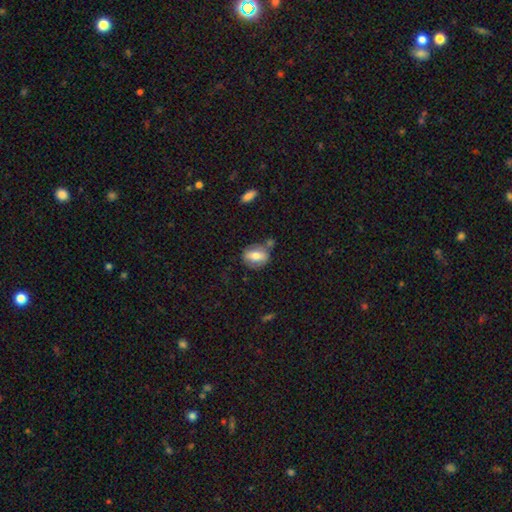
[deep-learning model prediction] Morphology: type=smooth (59%); roundness=in between (63%); merging=none (67%).